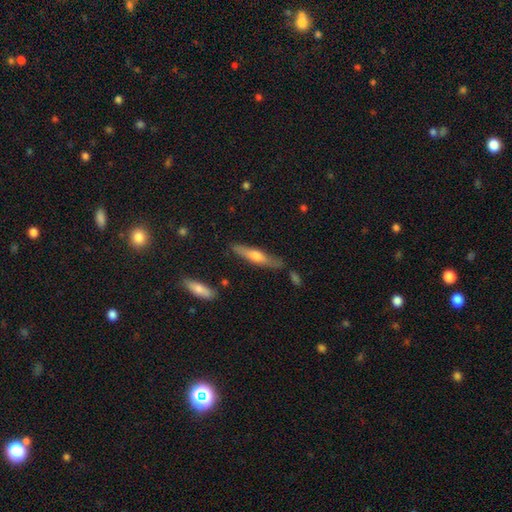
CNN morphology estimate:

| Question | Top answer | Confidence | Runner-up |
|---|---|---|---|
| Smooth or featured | featured or disk | 49% | smooth (46%) |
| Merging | none | 79% | minor disturbance (15%) |